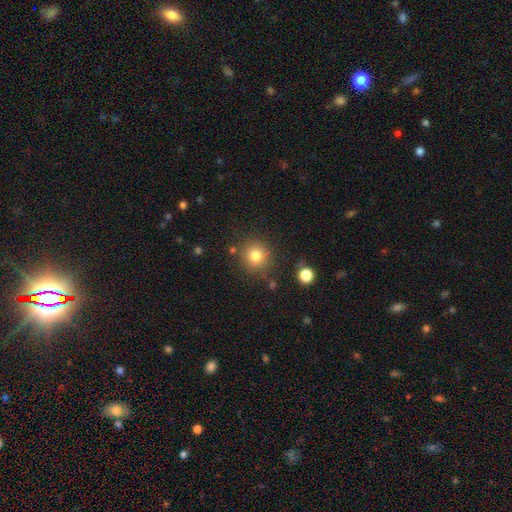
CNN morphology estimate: This is clearly a smooth galaxy (80%). How rounded: clearly round (92%). Merging: clearly none (83%).